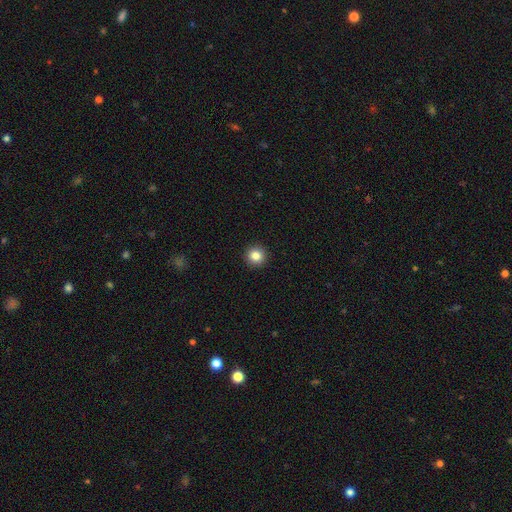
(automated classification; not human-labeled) smooth_or_featured: smooth (p=0.84) [alt: star or artifact p=0.10]
how_rounded: round (p=0.95) [alt: in between p=0.04]
merging: none (p=0.93) [alt: minor disturbance p=0.04]